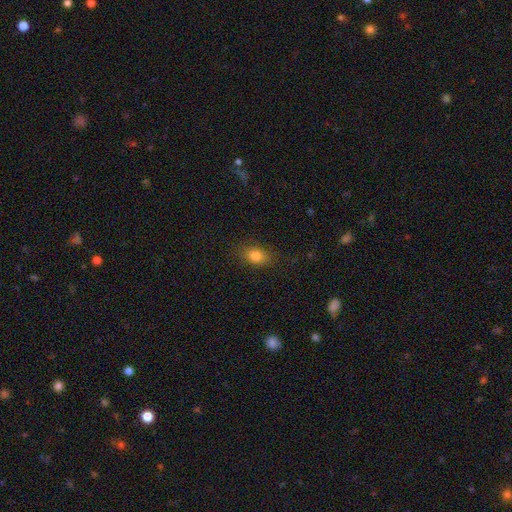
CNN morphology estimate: The model was most divided on "how rounded": in between: 76%, round: 22%, cigar-shaped: 2%. More confident: merging — none (84%); smooth or featured — smooth (82%).